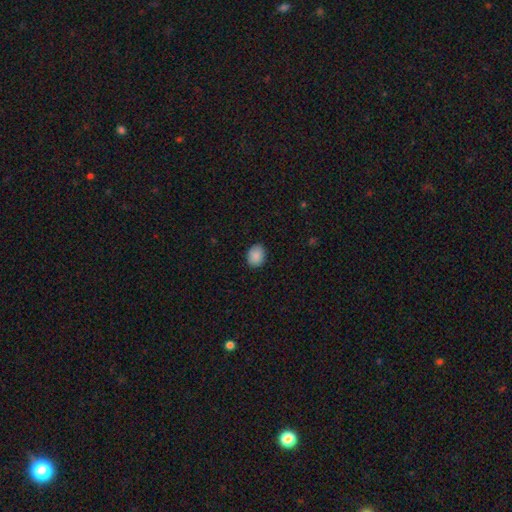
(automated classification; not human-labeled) smooth_or_featured: smooth (p=0.89) [alt: star or artifact p=0.08]
how_rounded: in between (p=0.52) [alt: round p=0.47]
merging: none (p=0.87) [alt: minor disturbance p=0.10]